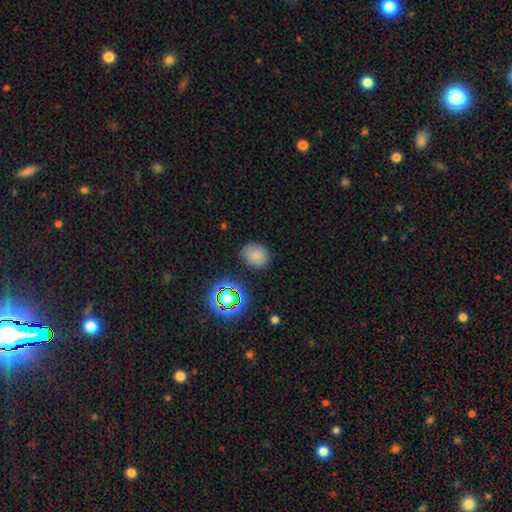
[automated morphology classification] Smooth or featured: smooth — 75% (star or artifact — 16%)
How rounded: round — 62% (in between — 38%)
Merging: none — 81% (minor disturbance — 14%)